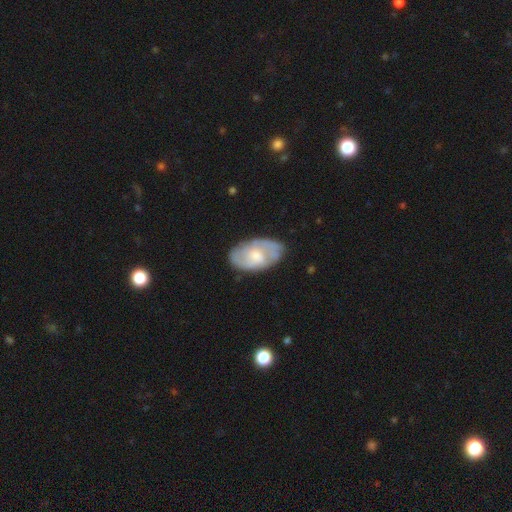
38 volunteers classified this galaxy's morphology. type=featured or disk (66%); edge-on=no (96%); bar=no (54%); spiral arms=yes (54%); winding=tight (62%); arm count=can't tell (54%); bulge=moderate (46%); merging=none (76%).